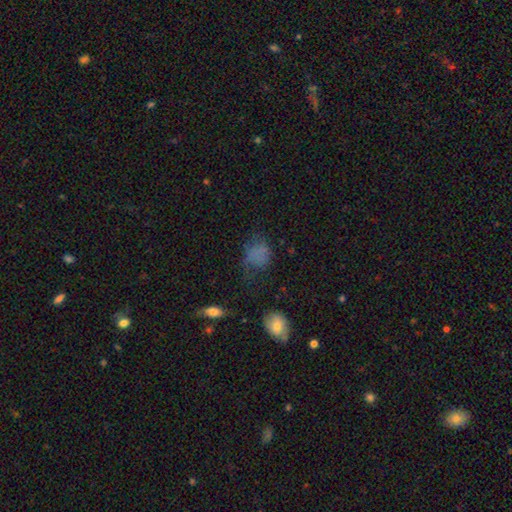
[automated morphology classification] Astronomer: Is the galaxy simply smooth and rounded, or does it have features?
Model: smooth — 69%.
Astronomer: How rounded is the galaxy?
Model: round — 52% (runner-up: in between, 46%).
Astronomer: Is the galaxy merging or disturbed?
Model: none — 46% (runner-up: minor disturbance, 26%).